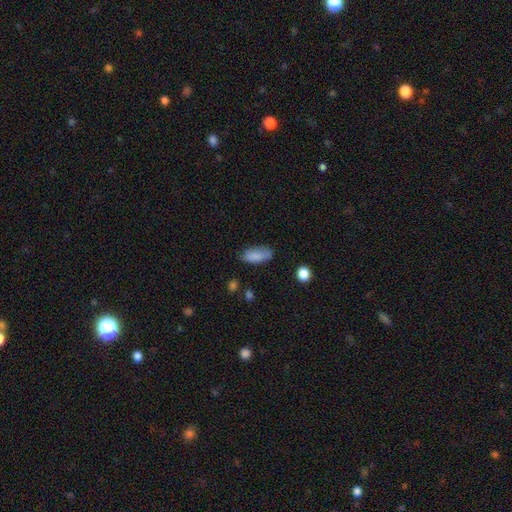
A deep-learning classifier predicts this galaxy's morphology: Smooth or featured? Predicted: smooth (p=0.84). How rounded? Predicted: in between (p=0.84). Merging? Predicted: none (p=0.69).